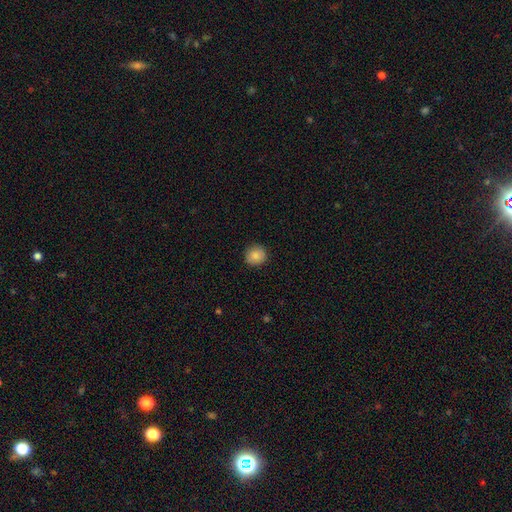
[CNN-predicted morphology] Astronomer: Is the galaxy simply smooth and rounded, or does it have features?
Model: smooth — 85%.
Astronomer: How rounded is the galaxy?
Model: round — 90%.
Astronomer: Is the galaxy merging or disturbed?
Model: none — 90%.